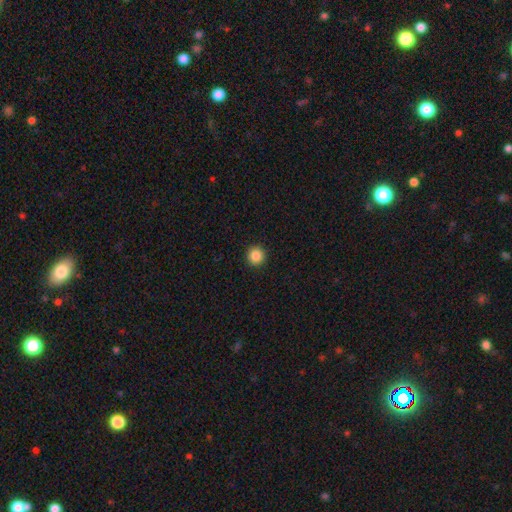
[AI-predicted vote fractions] smooth-or-featured: smooth: 87% | star or artifact: 10% | featured or disk: 3%
  how-rounded: round: 95% | in between: 4% | cigar-shaped: 1%
  merging: none: 93% | minor disturbance: 4% | major disturbance: 2% | merger: 1%